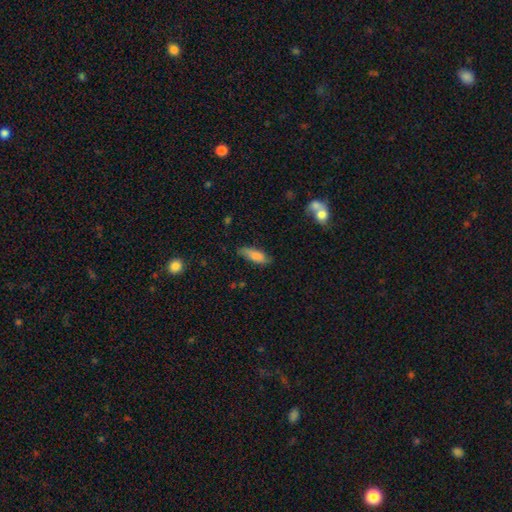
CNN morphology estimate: smooth_or_featured: smooth (p=0.80) [alt: featured or disk p=0.13]
how_rounded: in between (p=0.59) [alt: cigar-shaped p=0.39]
merging: none (p=0.72) [alt: minor disturbance p=0.21]